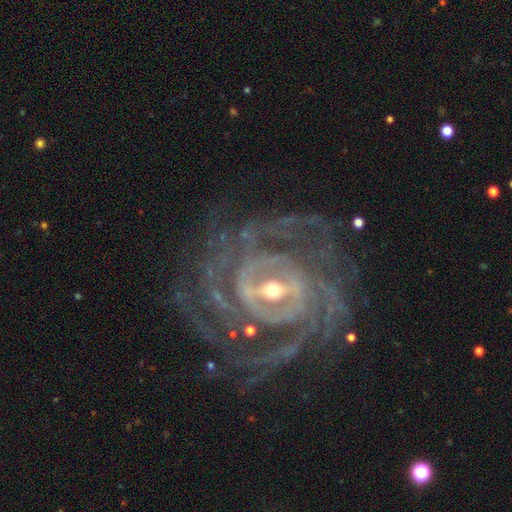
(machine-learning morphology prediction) This appears to be a featured or disk galaxy (91%) with a strong bar (46%), 4 (22%) tight (77%) spiral arms (98%) and a small central bulge (50%). Merging: none (77%).